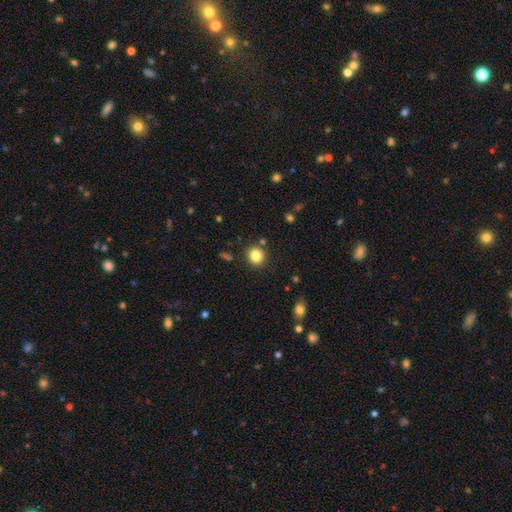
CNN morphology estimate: smooth-or-featured: smooth: 84% | star or artifact: 10% | featured or disk: 5%
  how-rounded: round: 86% | in between: 13% | cigar-shaped: 1%
  merging: none: 87% | minor disturbance: 7% | merger: 4% | major disturbance: 2%